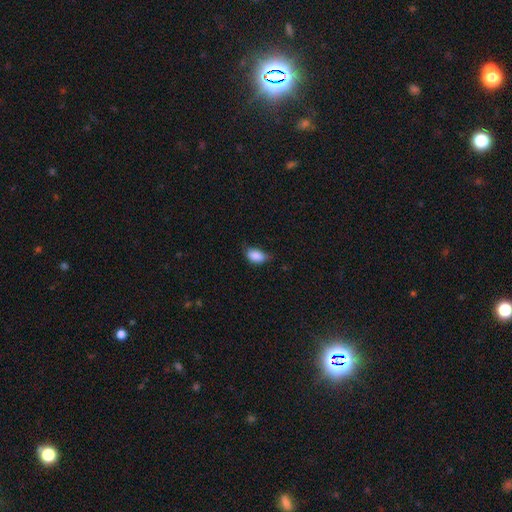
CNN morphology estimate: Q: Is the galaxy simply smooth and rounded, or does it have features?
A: smooth — 87%.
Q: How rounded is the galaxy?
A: in between — 90%.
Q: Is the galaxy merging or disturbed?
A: none — 54%.